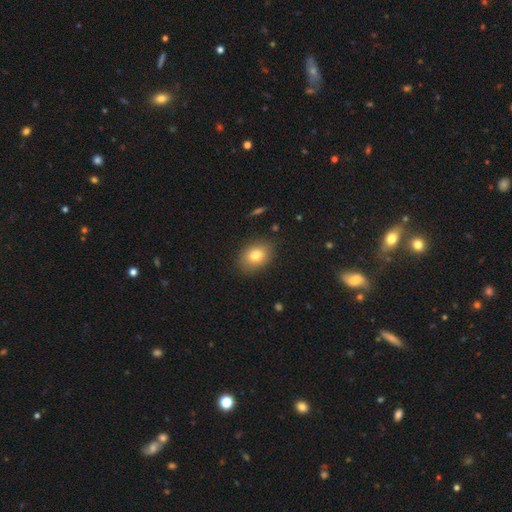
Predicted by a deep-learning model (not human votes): Smooth or featured?
  - smooth: 79% *
  - featured or disk: 11%
  - star or artifact: 9%
How rounded?
  - in between: 71% *
  - round: 28%
  - cigar-shaped: 1%
Merging?
  - none: 86% *
  - minor disturbance: 10%
  - major disturbance: 3%
  - merger: 1%